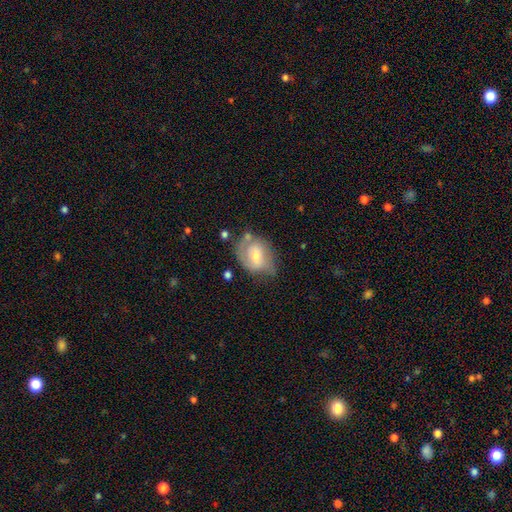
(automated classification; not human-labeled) Morphology: type=featured or disk (54%); edge-on=no (95%); bar=weak (44%); spiral arms=yes (71%); bulge=moderate (55%); merging=none (45%).